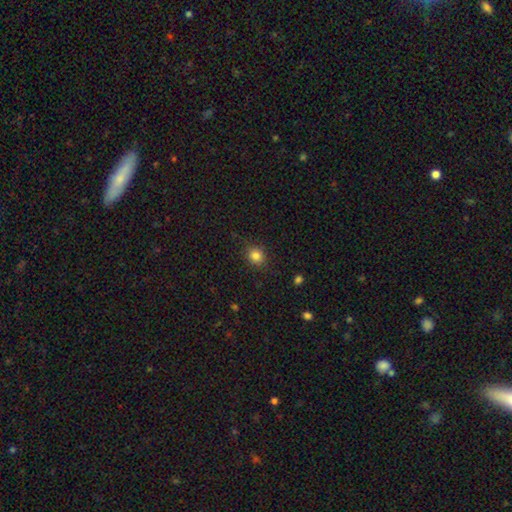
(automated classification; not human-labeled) Smooth or featured? Predicted: smooth (p=0.84). How rounded? Predicted: round (p=0.76). Merging? Predicted: none (p=0.87).